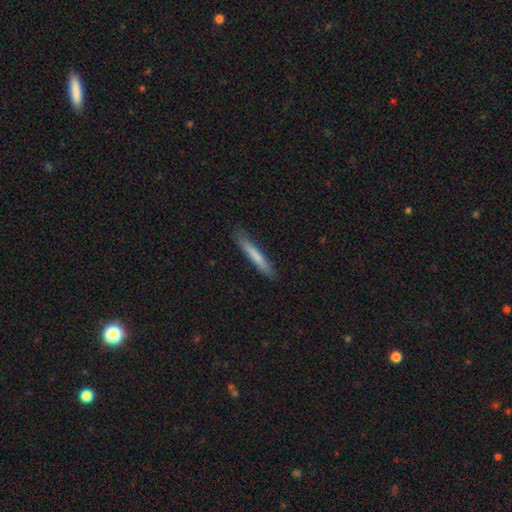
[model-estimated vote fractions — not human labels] Overall: smooth (73%). How rounded: cigar-shaped (95%). Merging: none (84%).